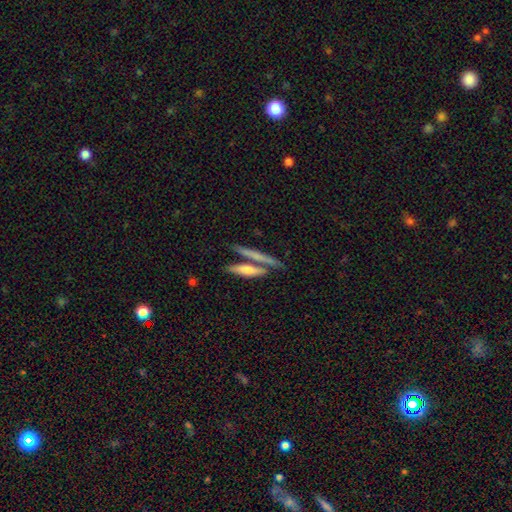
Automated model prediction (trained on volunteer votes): smooth 55%, featured or disk 37%, star or artifact 7%. Down the decision tree: how rounded — cigar-shaped (83%); merging — none (58%).